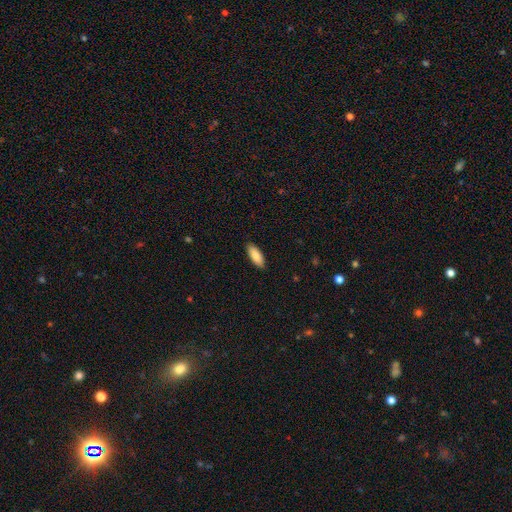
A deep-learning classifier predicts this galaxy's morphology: smooth-or-featured: smooth: 87% | featured or disk: 7% | star or artifact: 5%
  how-rounded: in between: 77% | cigar-shaped: 22% | round: 2%
  merging: none: 89% | minor disturbance: 8% | major disturbance: 2% | merger: 1%